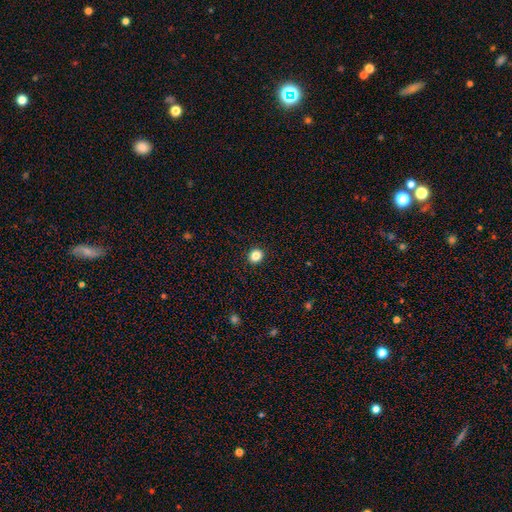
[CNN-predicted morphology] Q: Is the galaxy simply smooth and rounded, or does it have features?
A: smooth — 85%.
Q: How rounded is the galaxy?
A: round — 79%.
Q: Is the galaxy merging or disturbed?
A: none — 92%.